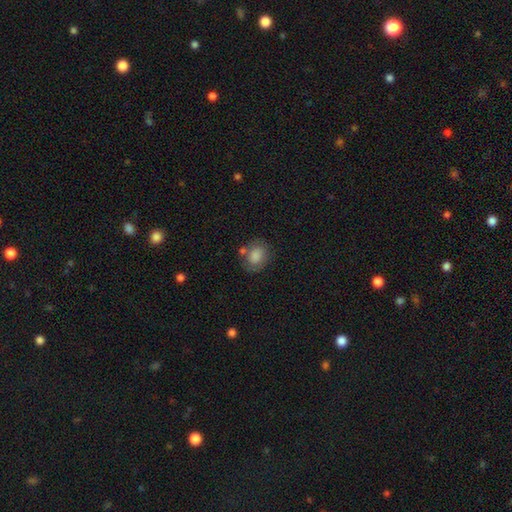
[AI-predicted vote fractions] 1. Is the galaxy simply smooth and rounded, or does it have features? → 77% smooth, 15% featured or disk, 8% star or artifact.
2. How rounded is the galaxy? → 57% round, 42% in between, 1% cigar-shaped.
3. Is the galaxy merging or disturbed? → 64% none, 19% minor disturbance, 9% merger, 7% major disturbance.